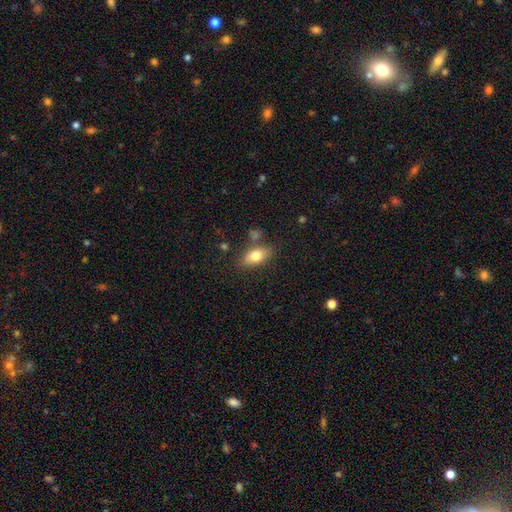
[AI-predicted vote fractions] The model was most divided on "merging": none: 75%, minor disturbance: 15%, merger: 7%, major disturbance: 4%. More confident: how rounded — in between (85%); smooth or featured — smooth (76%).